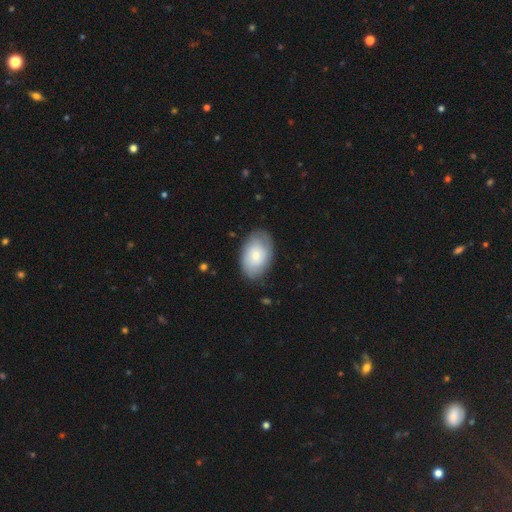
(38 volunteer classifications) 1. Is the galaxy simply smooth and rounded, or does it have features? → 58% smooth, 37% featured or disk, 5% star or artifact.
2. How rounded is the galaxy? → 82% in between, 18% round, 0% cigar-shaped.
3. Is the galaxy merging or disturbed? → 69% none, 19% minor disturbance, 11% major disturbance, 0% merger.